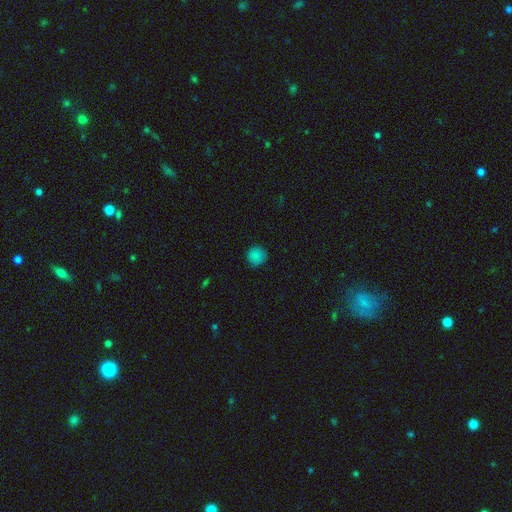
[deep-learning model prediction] Overall: smooth (85%). How rounded: round (94%). Merging: none (88%).